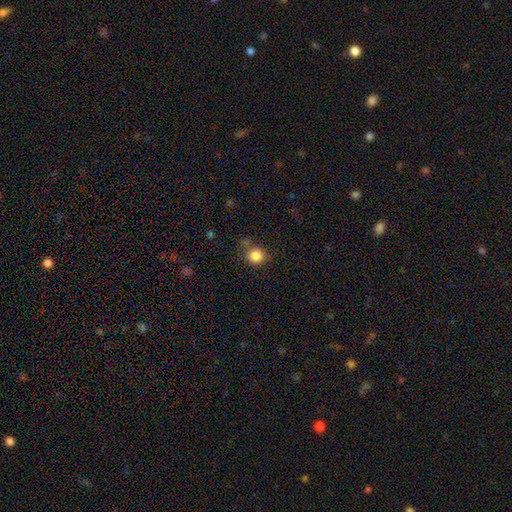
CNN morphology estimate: This is clearly a smooth galaxy (85%). How rounded: clearly round (85%). Merging: likely none (75%).